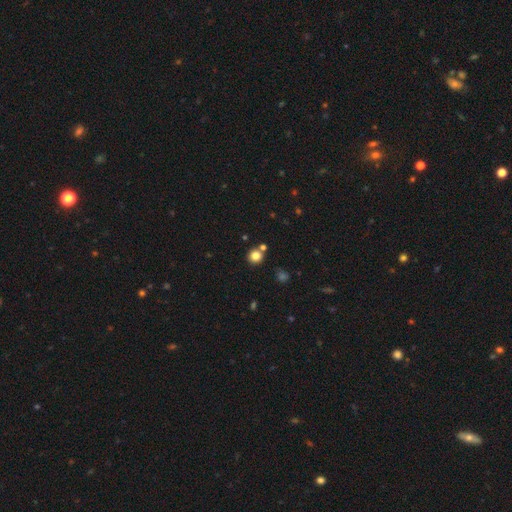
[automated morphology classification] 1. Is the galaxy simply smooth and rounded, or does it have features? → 82% smooth, 13% star or artifact, 6% featured or disk.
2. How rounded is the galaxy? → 91% round, 8% in between, 1% cigar-shaped.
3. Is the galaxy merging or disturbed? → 76% none, 13% merger, 8% minor disturbance, 3% major disturbance.